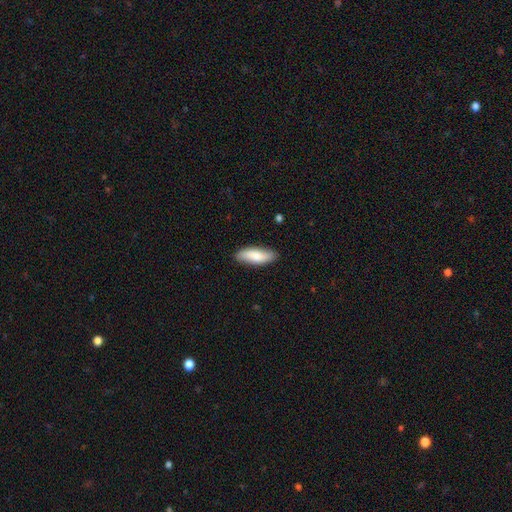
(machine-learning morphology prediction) This appears to be a smooth galaxy with no disk features (76%) that is in between round and cigar-shaped (62%). Merging: none (86%).